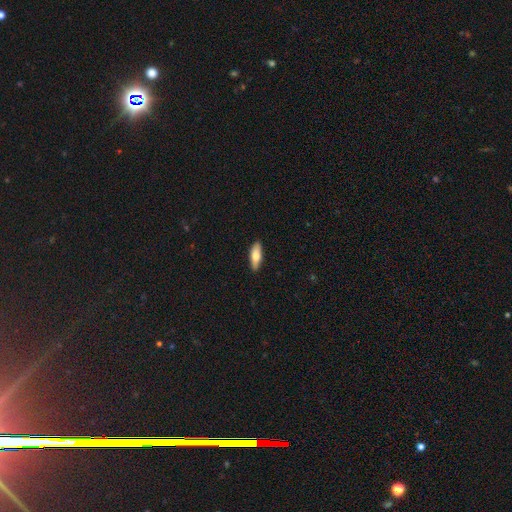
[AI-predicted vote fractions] Smooth or featured?
  - smooth: 68% *
  - featured or disk: 26%
  - star or artifact: 6%
How rounded?
  - in between: 58% *
  - cigar-shaped: 40%
  - round: 2%
Merging?
  - none: 89% *
  - minor disturbance: 8%
  - major disturbance: 2%
  - merger: 1%